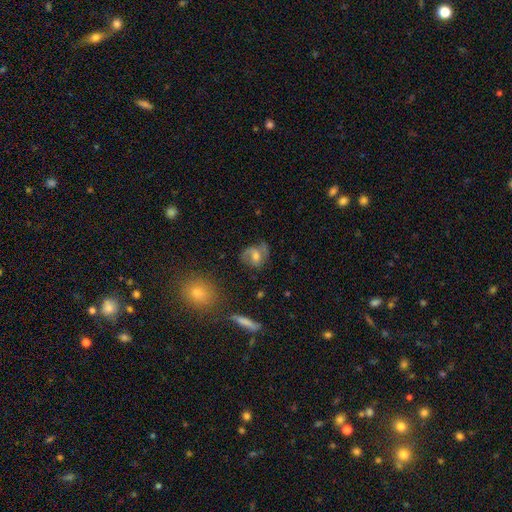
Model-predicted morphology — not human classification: smooth-or-featured: featured or disk: 54% | smooth: 36% | star or artifact: 10%
  disk-edge-on: no: 96% | yes: 4%
    bar: no: 55% | weak: 37% | strong: 9%
    has-spiral-arms: yes: 82% | no: 18%
    bulge-size: moderate: 59% | small: 22% | large: 11% | none: 7% | dominant: 2%
  merging: none: 53% | minor disturbance: 24% | major disturbance: 19% | merger: 3%